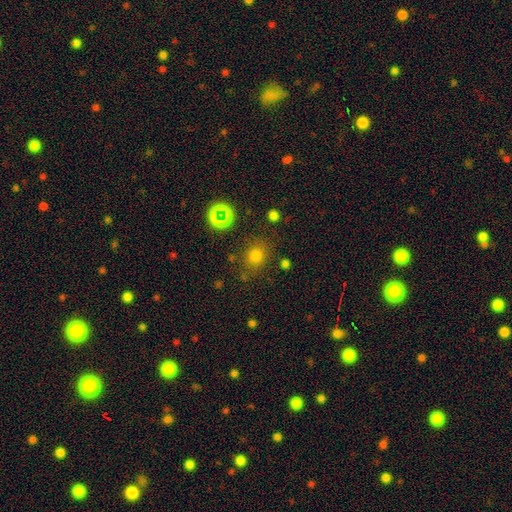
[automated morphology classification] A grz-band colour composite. It shows a smooth galaxy with no disk features (72%) that is round (71%). Merging: none (78%).